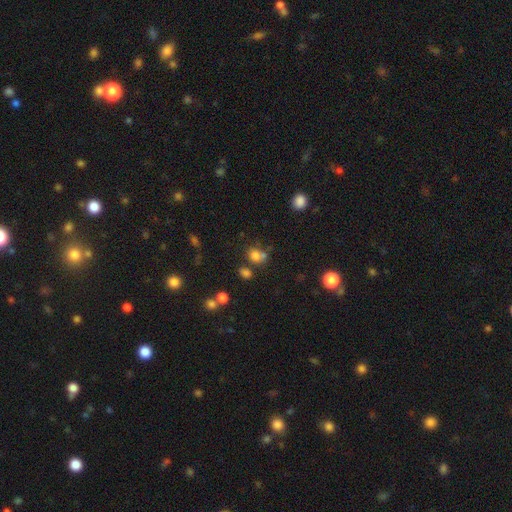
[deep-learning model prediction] Smooth or featured?
  - smooth: 74% *
  - star or artifact: 17%
  - featured or disk: 9%
How rounded?
  - round: 60% *
  - in between: 39%
  - cigar-shaped: 1%
Merging?
  - none: 51% *
  - merger: 29%
  - minor disturbance: 14%
  - major disturbance: 7%